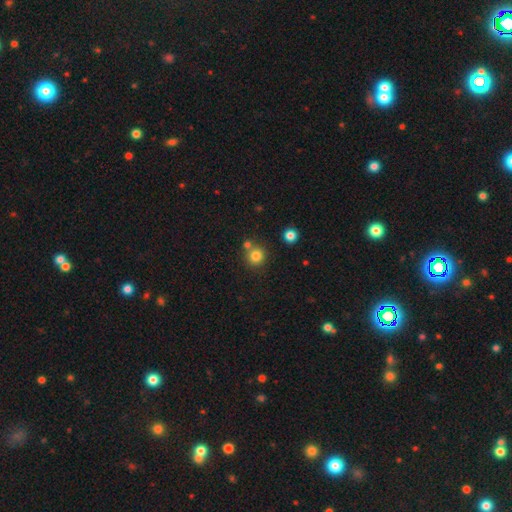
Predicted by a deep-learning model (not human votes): Q: Smooth or featured?
A: smooth (81%); runner-up: star or artifact (13%)
Q: How rounded?
A: round (90%); runner-up: in between (9%)
Q: Merging?
A: none (70%); runner-up: merger (19%)